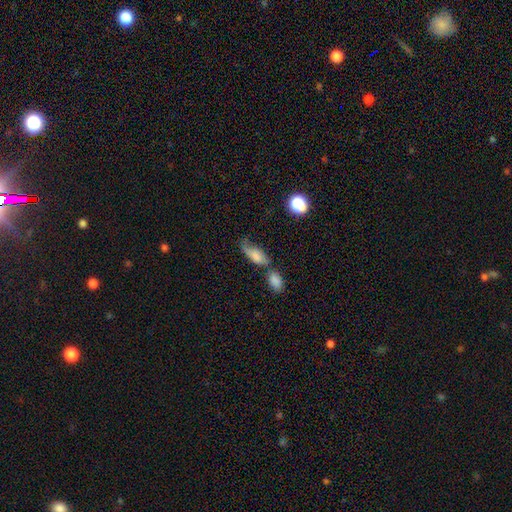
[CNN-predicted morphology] smooth 67%, featured or disk 22%, star or artifact 11%. Down the decision tree: how rounded — in between (74%); merging — none (34%).